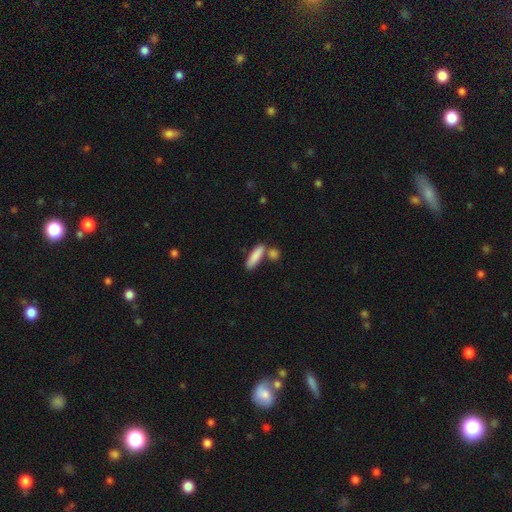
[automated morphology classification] Smooth or featured? smooth (85%)
How rounded? cigar-shaped (60%)
Merging? none (63%)